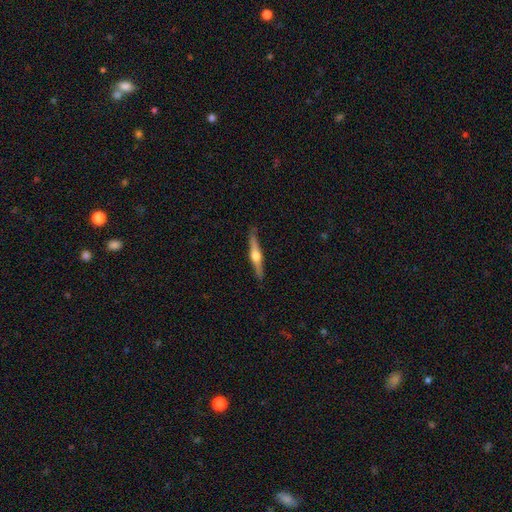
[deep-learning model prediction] smooth_or_featured: featured or disk (p=0.74) [alt: smooth p=0.21]
disk_edge_on: yes (p=0.98) [alt: no p=0.02]
edge_on_bulge: rounded (p=0.94) [alt: boxy p=0.04]
merging: none (p=0.89) [alt: minor disturbance p=0.09]